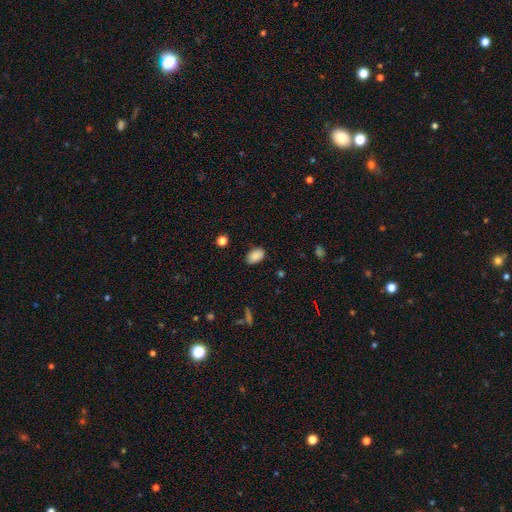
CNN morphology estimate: type=smooth (87%); roundness=in between (89%); merging=none (83%).